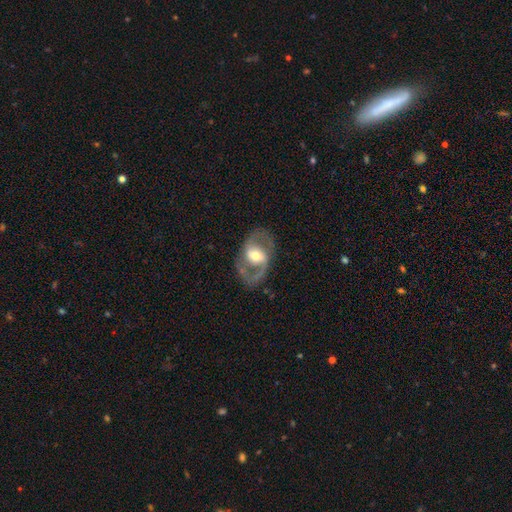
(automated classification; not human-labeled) This is clearly a featured or disk galaxy (82%). It is clearly not viewed edge-on (96%). Bar: marginally weak (40%). Spiral arm pattern: clearly yes (82%). Spiral arm count: clearly 2 (88%). Spiral winding: possibly medium (54%). Central bulge: likely moderate (63%). Merging: likely none (79%).